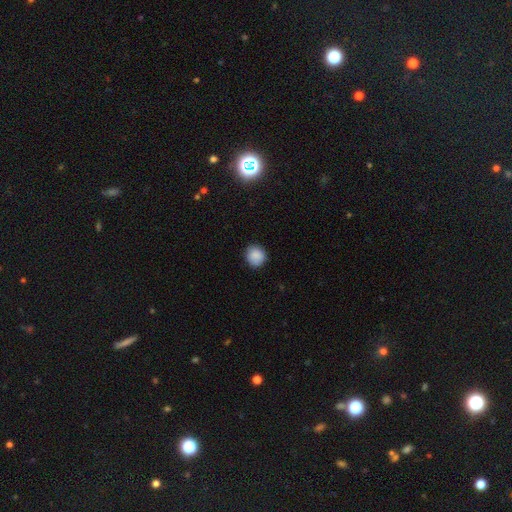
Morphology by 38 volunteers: This appears to be a smooth galaxy with no disk features (89%) that is round (88%). Merging: none (89%).